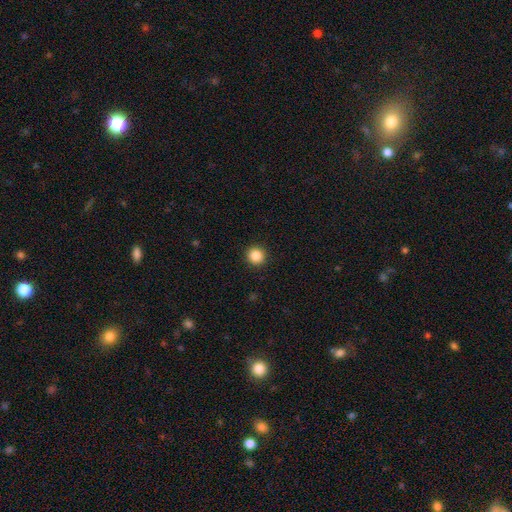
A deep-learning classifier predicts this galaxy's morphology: A smooth galaxy with no disk features (86%) that is round (94%). Merging: none (93%).